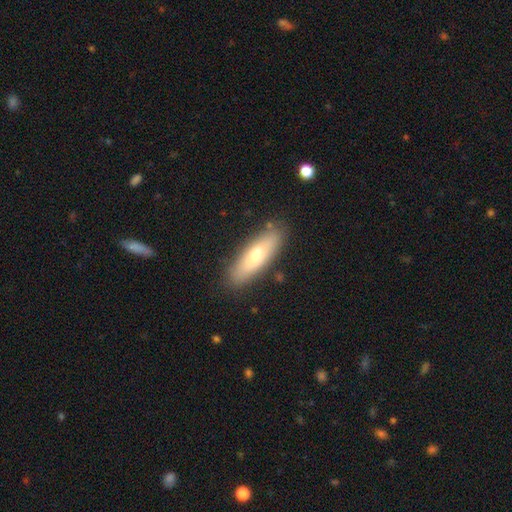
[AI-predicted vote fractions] This appears to be a smooth galaxy with no disk features (68%) that is cigar-shaped (53%). Merging: none (83%).